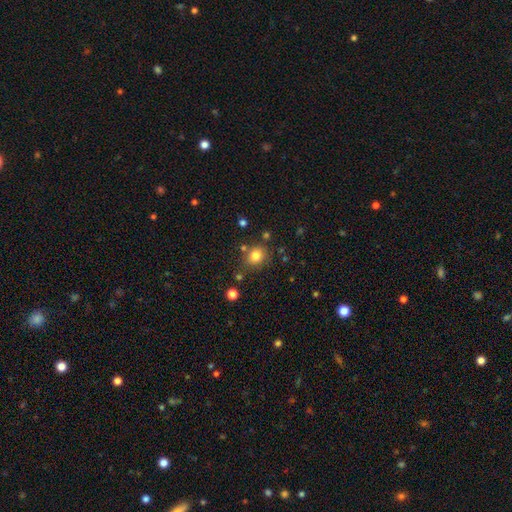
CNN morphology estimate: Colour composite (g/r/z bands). It shows a smooth galaxy with no disk features (80%) that is round (73%). Merging: none (77%).